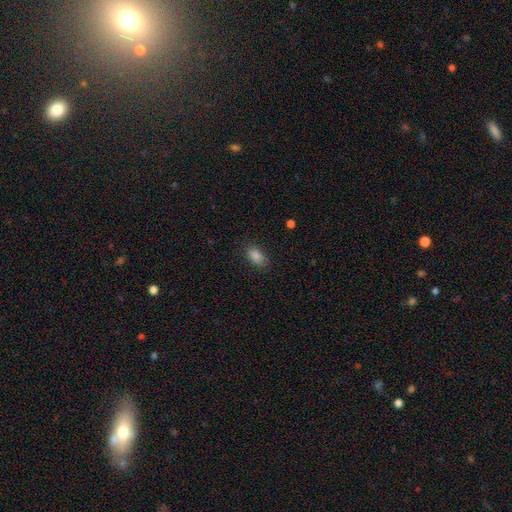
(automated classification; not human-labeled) Smooth or featured? Predicted: smooth (p=0.86). How rounded? Predicted: in between (p=0.90). Merging? Predicted: none (p=0.85).